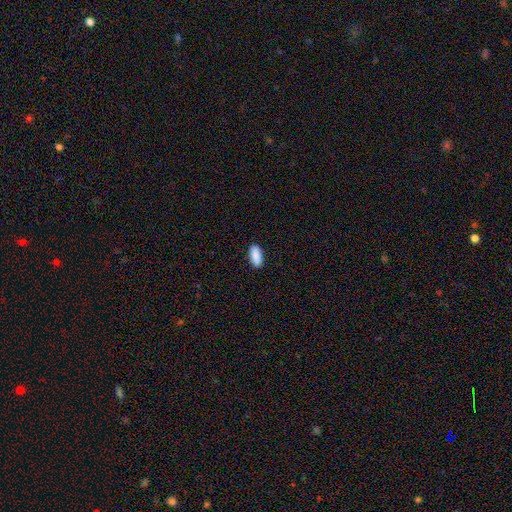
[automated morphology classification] Smooth or featured?
  - smooth: 91% *
  - star or artifact: 6%
  - featured or disk: 3%
How rounded?
  - in between: 90% *
  - cigar-shaped: 8%
  - round: 2%
Merging?
  - none: 90% *
  - minor disturbance: 7%
  - major disturbance: 2%
  - merger: 1%